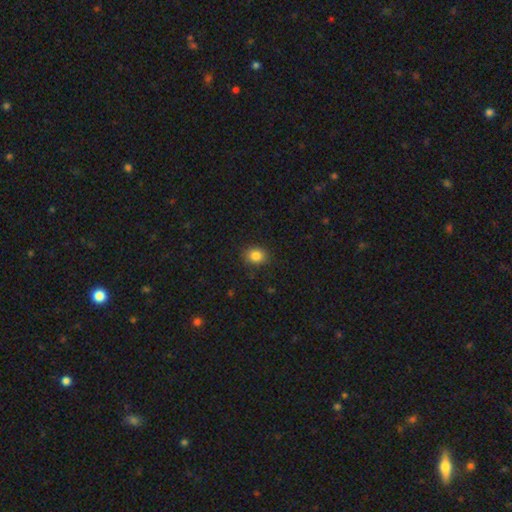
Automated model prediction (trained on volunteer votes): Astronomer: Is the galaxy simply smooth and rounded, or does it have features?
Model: smooth — 85%.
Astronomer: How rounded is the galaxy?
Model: round — 56% (runner-up: in between, 43%).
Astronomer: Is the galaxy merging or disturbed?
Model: none — 85%.